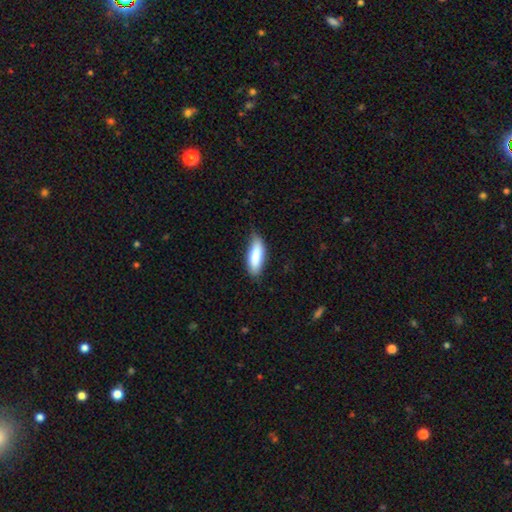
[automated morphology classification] This is clearly a smooth galaxy (84%). How rounded: likely in between (66%). Merging: likely none (72%).